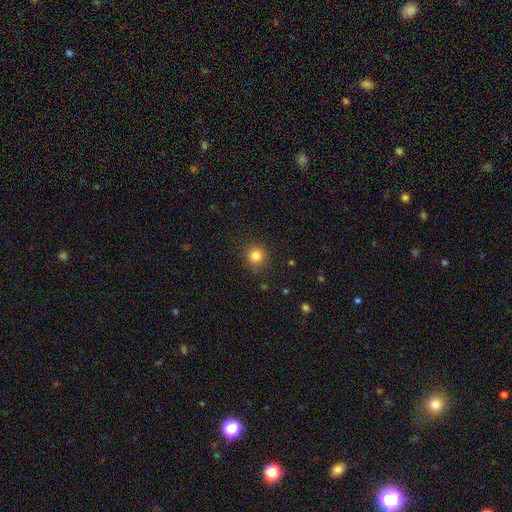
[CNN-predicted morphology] A smooth galaxy with no disk features (83%) that is round (92%).

Vote fractions:
- Smooth or featured? smooth: 83% / star or artifact: 12% / featured or disk: 5%
- How rounded? round: 92% / in between: 7% / cigar-shaped: 1%
- Merging? none: 88% / minor disturbance: 8% / major disturbance: 3% / merger: 1%